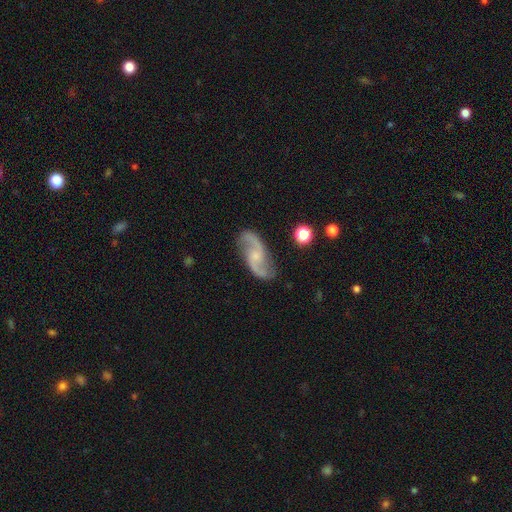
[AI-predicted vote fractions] Q: Smooth or featured?
A: featured or disk (88%); runner-up: smooth (7%)
Q: Edge-on disk?
A: no (97%); runner-up: yes (3%)
Q: Bar?
A: no (55%); runner-up: weak (37%)
Q: Spiral arms?
A: yes (97%); runner-up: no (3%)
Q: Spiral winding?
A: loose (56%); runner-up: medium (35%)
Q: Spiral arm count?
A: 2 (93%); runner-up: can't tell (2%)
Q: Bulge size?
A: small (58%); runner-up: moderate (22%)
Q: Merging?
A: none (83%); runner-up: minor disturbance (12%)